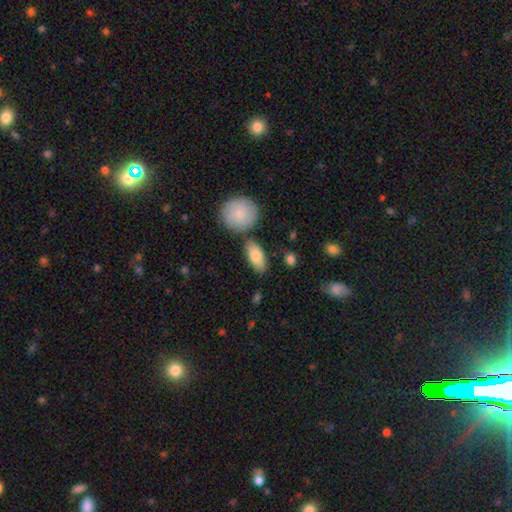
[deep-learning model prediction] smooth 82%, featured or disk 12%, star or artifact 6%. Down the decision tree: how rounded — in between (87%); merging — none (74%).